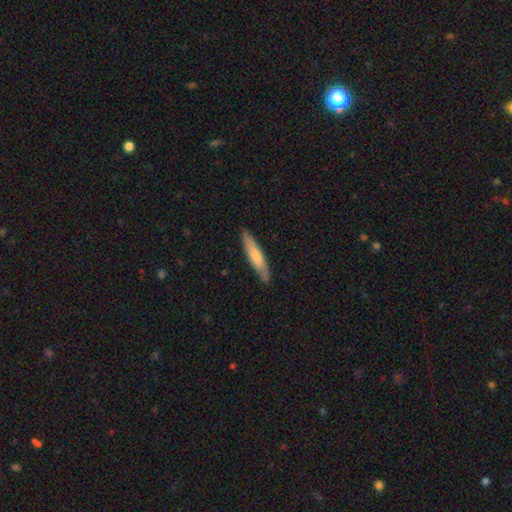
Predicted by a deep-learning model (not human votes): This appears to be a smooth galaxy with no disk features (63%) that is cigar-shaped (88%). Merging: none (89%).